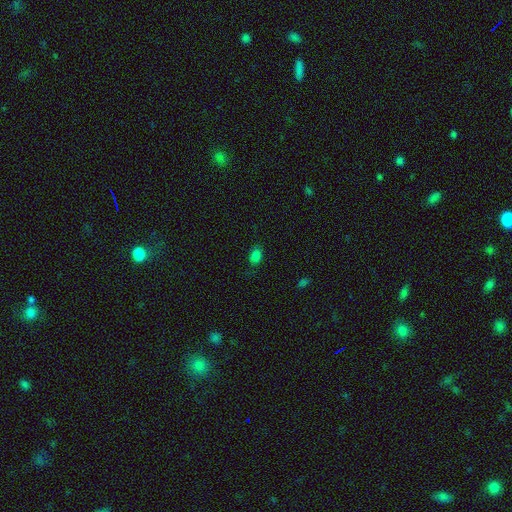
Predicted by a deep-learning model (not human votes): Morphology: type=smooth (80%); roundness=in between (80%); merging=none (76%).